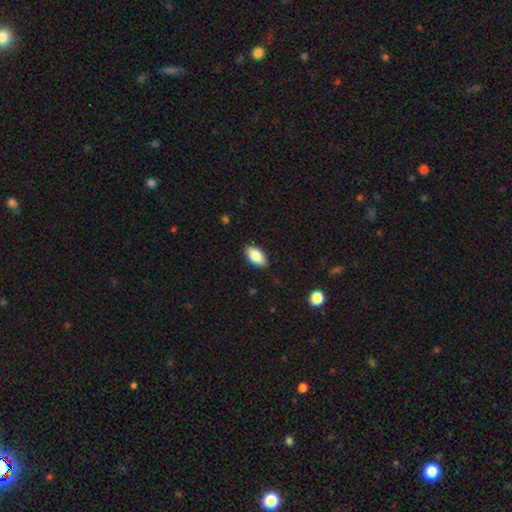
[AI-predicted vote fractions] Overall: smooth (85%). How rounded: in between (92%). Merging: none (86%).